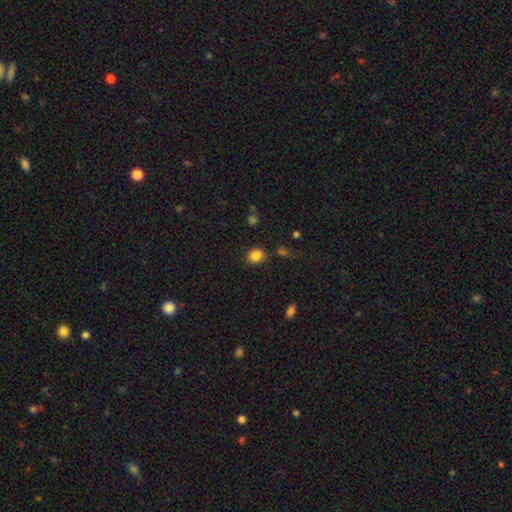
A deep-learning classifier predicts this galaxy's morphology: type=smooth (84%); roundness=round (68%); merging=none (79%).